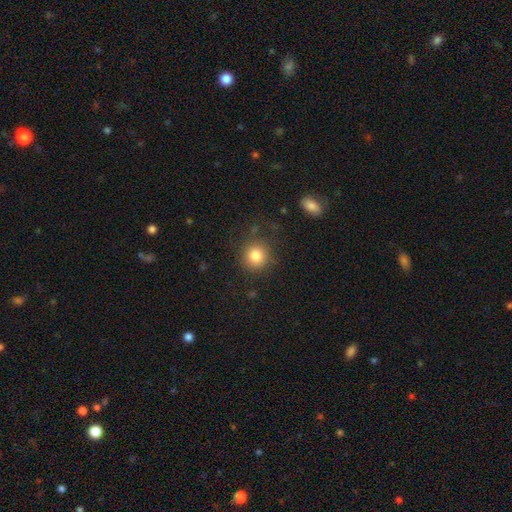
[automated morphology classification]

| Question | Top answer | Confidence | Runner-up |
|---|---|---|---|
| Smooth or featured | smooth | 83% | star or artifact (11%) |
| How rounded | round | 90% | in between (9%) |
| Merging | none | 84% | minor disturbance (10%) |